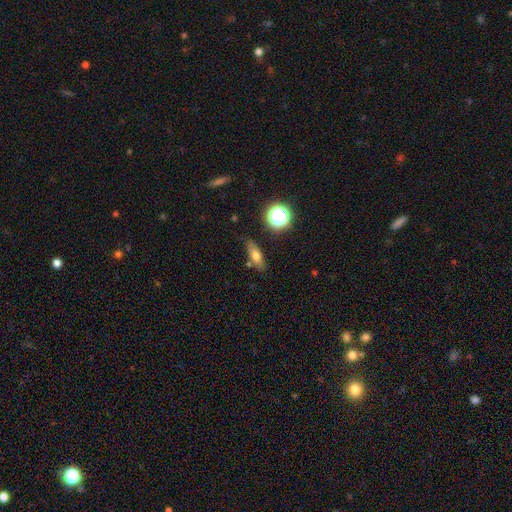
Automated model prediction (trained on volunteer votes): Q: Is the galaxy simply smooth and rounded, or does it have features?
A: smooth — 66%.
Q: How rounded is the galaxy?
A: in between — 52%.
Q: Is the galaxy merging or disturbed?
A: none — 77%.